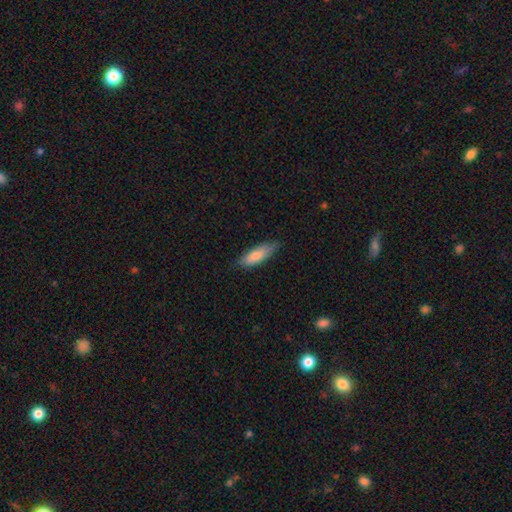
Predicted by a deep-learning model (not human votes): A smooth galaxy with no disk features (77%) that is in between round and cigar-shaped (50%).

Vote fractions:
- Smooth or featured? smooth: 77% / featured or disk: 17% / star or artifact: 6%
- How rounded? in between: 50% / cigar-shaped: 48% / round: 2%
- Merging? none: 77% / minor disturbance: 19% / major disturbance: 3% / merger: 1%